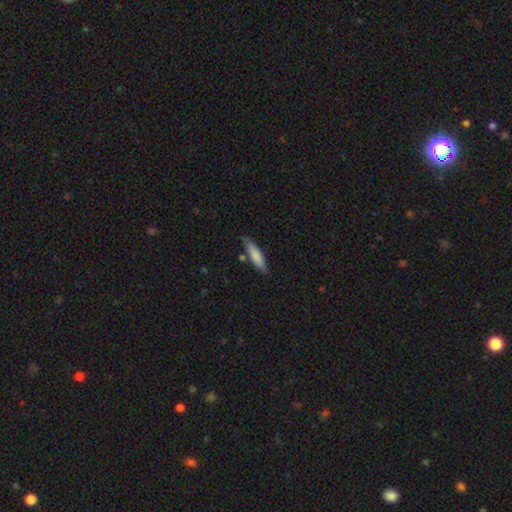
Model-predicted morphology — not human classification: A smooth galaxy with no disk features (79%) that is cigar-shaped (68%). Merging: none (77%).